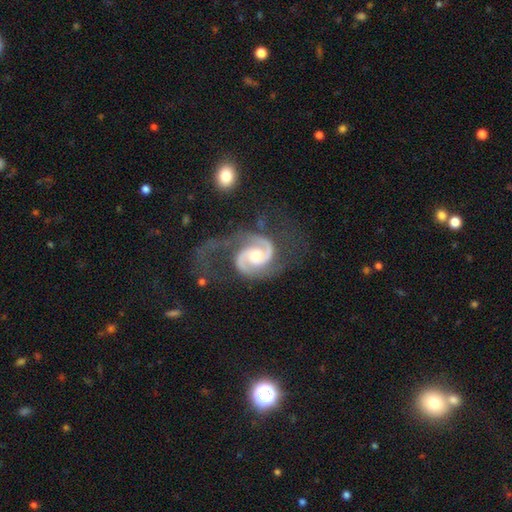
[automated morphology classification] This is clearly a featured or disk galaxy (93%). It is clearly not viewed edge-on (98%). Bar: possibly no (59%). Spiral arm pattern: clearly yes (98%). Spiral arm count: clearly 2 (93%). Spiral winding: possibly medium (53%). Central bulge: likely moderate (66%). Merging: possibly none (50%).